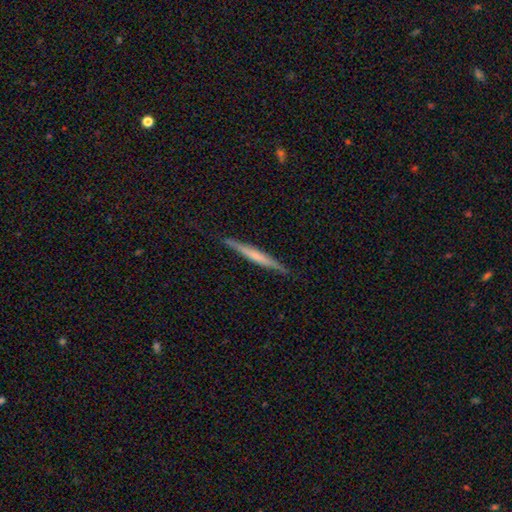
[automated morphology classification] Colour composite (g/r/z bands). It shows a featured or disk galaxy (52%) viewed edge-on (97%) with no central bulge (58%). Merging: none (88%).